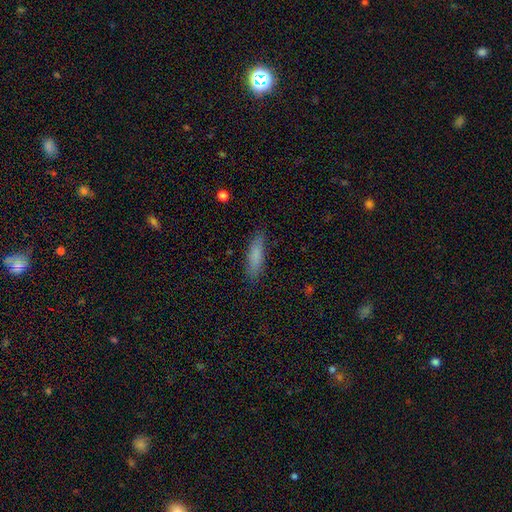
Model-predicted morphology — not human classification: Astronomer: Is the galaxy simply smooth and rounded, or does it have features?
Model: smooth — 81%.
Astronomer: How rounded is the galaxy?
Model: cigar-shaped — 69%.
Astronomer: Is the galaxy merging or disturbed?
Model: none — 84%.